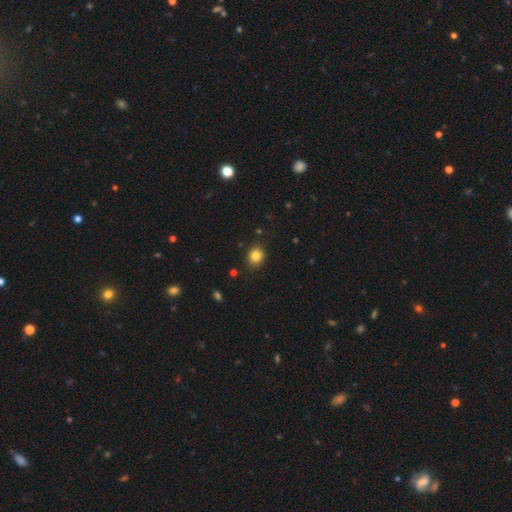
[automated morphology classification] smooth-or-featured: smooth: 83% | star or artifact: 11% | featured or disk: 6%
  how-rounded: round: 69% | in between: 30% | cigar-shaped: 1%
  merging: none: 87% | minor disturbance: 9% | major disturbance: 2% | merger: 1%